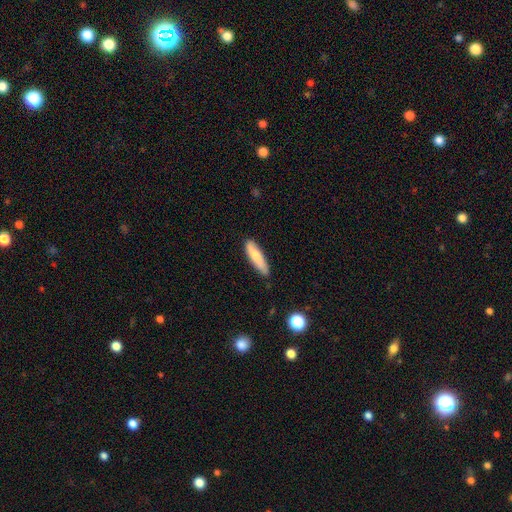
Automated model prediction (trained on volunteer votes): Smooth or featured: smooth — 74% (featured or disk — 21%)
How rounded: cigar-shaped — 72% (in between — 26%)
Merging: none — 80% (minor disturbance — 16%)